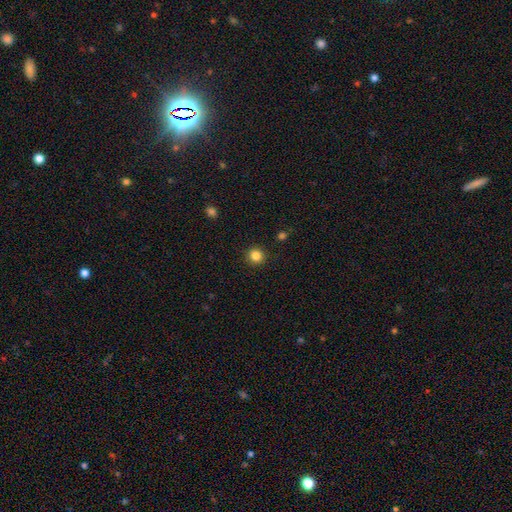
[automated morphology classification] smooth-or-featured: smooth: 84% | star or artifact: 12% | featured or disk: 4%
  how-rounded: round: 93% | in between: 6% | cigar-shaped: 1%
  merging: none: 92% | minor disturbance: 5% | major disturbance: 2% | merger: 1%